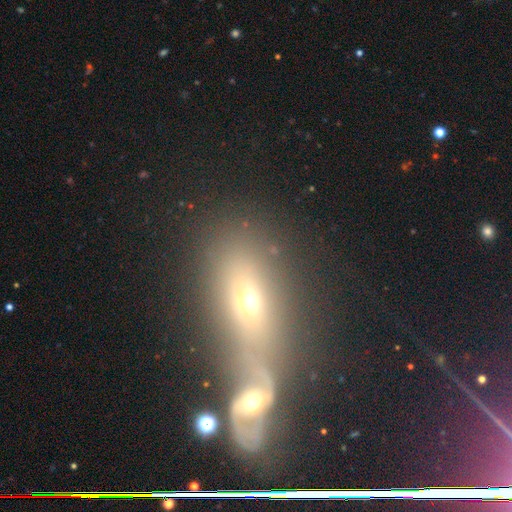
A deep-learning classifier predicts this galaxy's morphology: Smooth or featured?
  - smooth: 42% *
  - star or artifact: 34%
  - featured or disk: 24%
Merging?
  - merger: 42% * (tied)
  - none: 42% * (tied)
  - minor disturbance: 9%
  - major disturbance: 7%